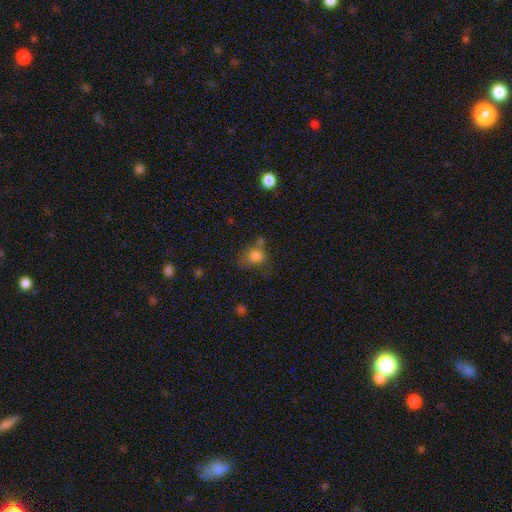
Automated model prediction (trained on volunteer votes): This is likely a smooth galaxy (78%). How rounded: likely round (63%). Merging: possibly none (47%).